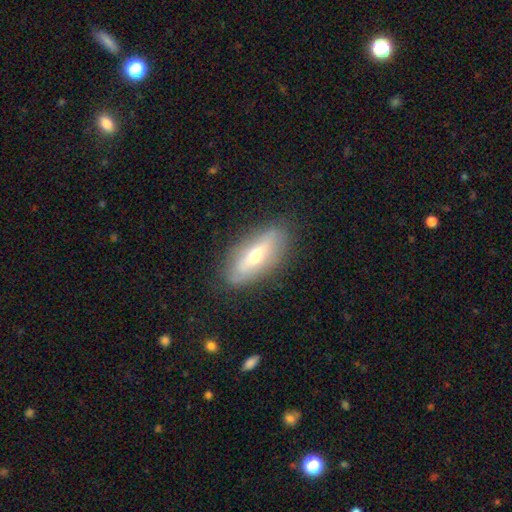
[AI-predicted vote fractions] The model was most divided on "smooth or featured": featured or disk: 47%, smooth: 46%, star or artifact: 7%. More confident: merging — none (82%).